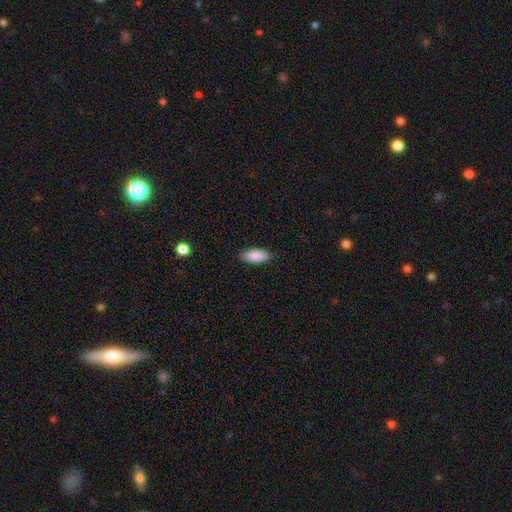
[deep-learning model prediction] Smooth or featured? smooth (89%)
How rounded? in between (83%)
Merging? none (88%)